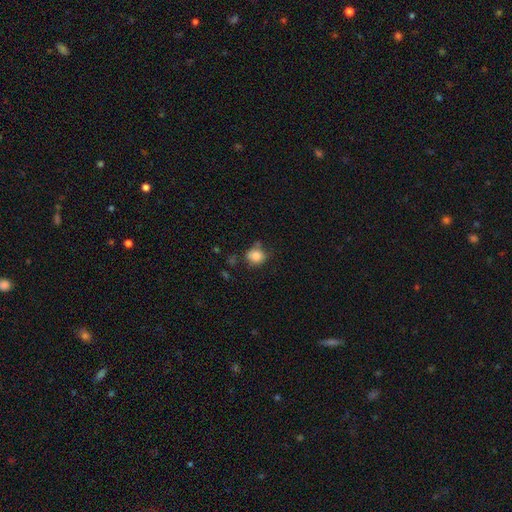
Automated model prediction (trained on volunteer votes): smooth-or-featured: smooth: 83% | star or artifact: 10% | featured or disk: 7%
  how-rounded: round: 70% | in between: 29% | cigar-shaped: 1%
  merging: none: 62% | minor disturbance: 24% | merger: 7% | major disturbance: 7%